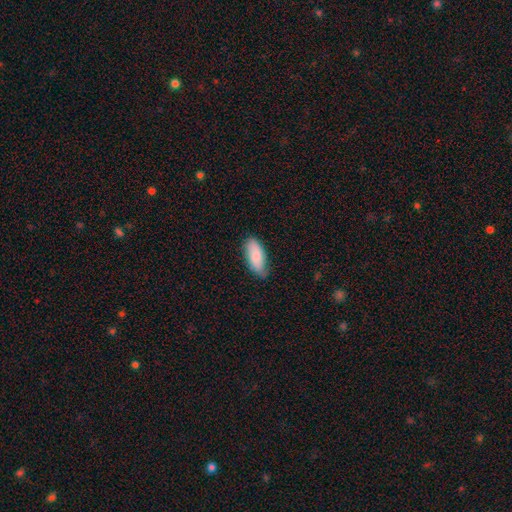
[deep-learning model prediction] Smooth or featured?
  - smooth: 82% *
  - featured or disk: 13%
  - star or artifact: 6%
How rounded?
  - in between: 85% *
  - cigar-shaped: 13%
  - round: 2%
Merging?
  - none: 73% *
  - minor disturbance: 22%
  - major disturbance: 3%
  - merger: 1%